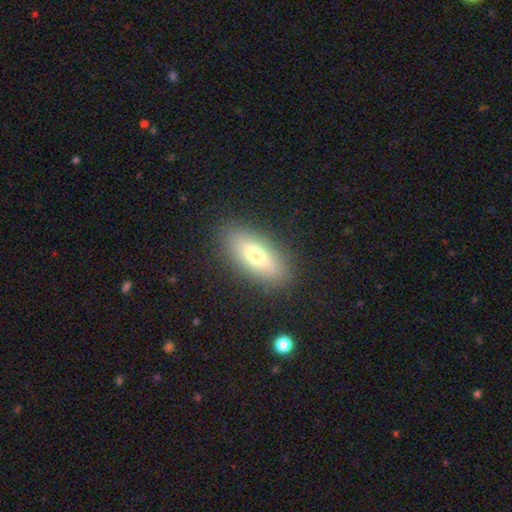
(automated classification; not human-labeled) This appears to be a smooth galaxy with no disk features (69%) that is in between round and cigar-shaped (79%). Merging: none (86%).